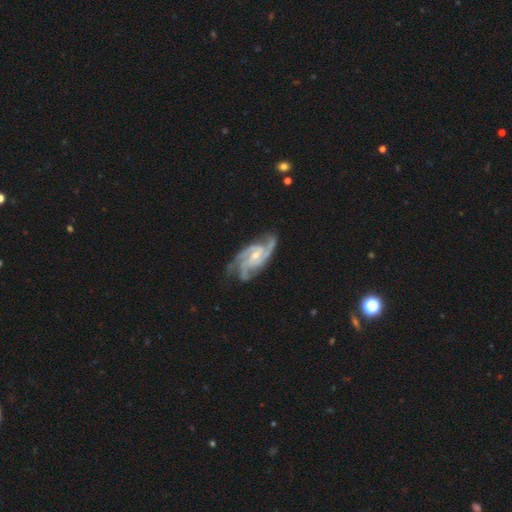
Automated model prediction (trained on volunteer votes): Overall: featured or disk (92%). Edge-on disk: no (97%). Bar: no (44%; weak 42%). Spiral arms: yes (98%). Spiral arm count: 3 (51%; 4 17%). Spiral winding: medium (49%; tight 42%). Bulge size: small (54%; moderate 39%). Merging: none (69%).